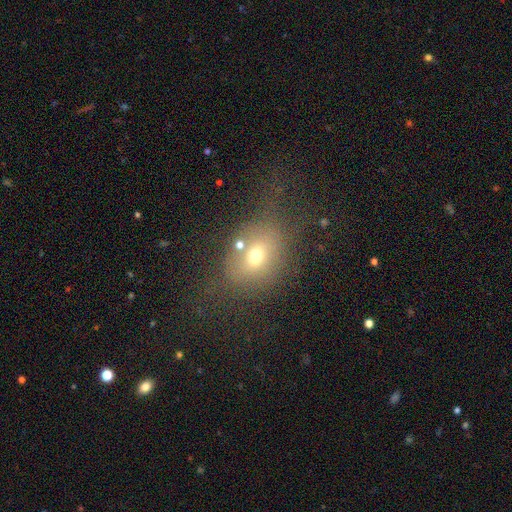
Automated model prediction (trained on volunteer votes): A smooth galaxy with no disk features (64%) that is in between round and cigar-shaped (53%). Merging: none (51%).